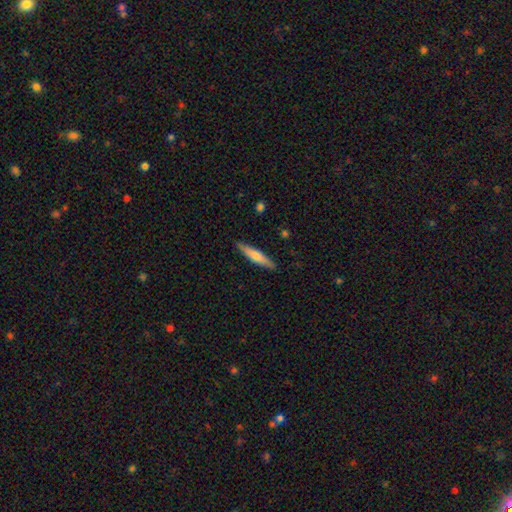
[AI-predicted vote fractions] This is likely a smooth galaxy (61%). How rounded: clearly cigar-shaped (87%). Merging: clearly none (87%).